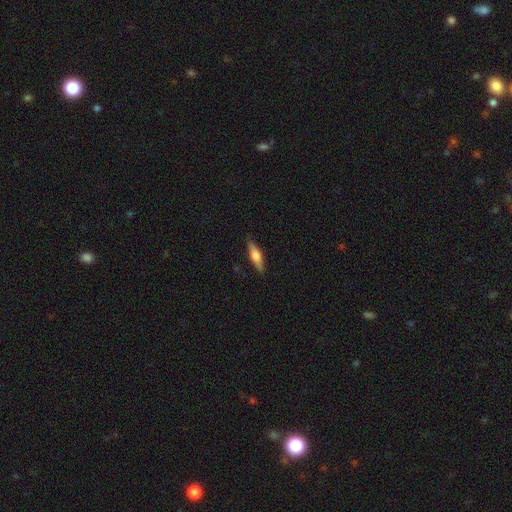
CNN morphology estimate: This appears to be a smooth galaxy with no disk features (54%) that is cigar-shaped (66%). Merging: none (87%).